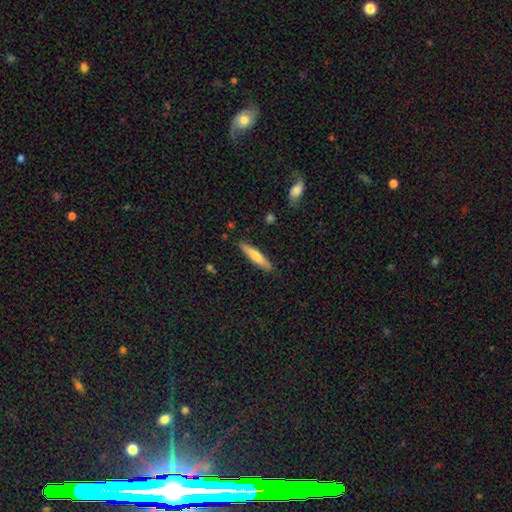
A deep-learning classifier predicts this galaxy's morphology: smooth-or-featured: smooth: 59% | featured or disk: 35% | star or artifact: 6%
  how-rounded: cigar-shaped: 87% | in between: 11% | round: 2%
  merging: none: 89% | minor disturbance: 8% | major disturbance: 2% | merger: 2%